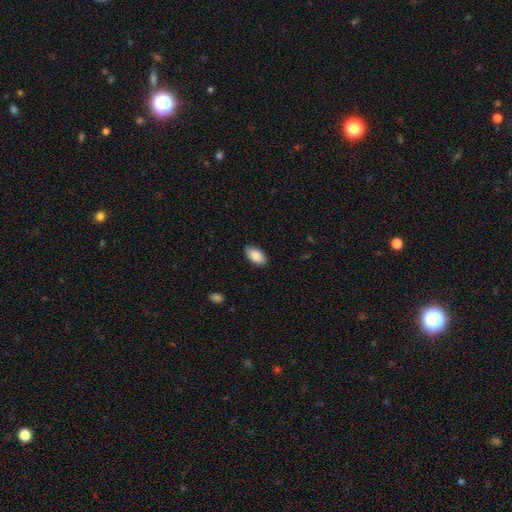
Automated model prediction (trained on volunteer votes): This is clearly a smooth galaxy (89%). How rounded: clearly in between (95%). Merging: clearly none (88%).